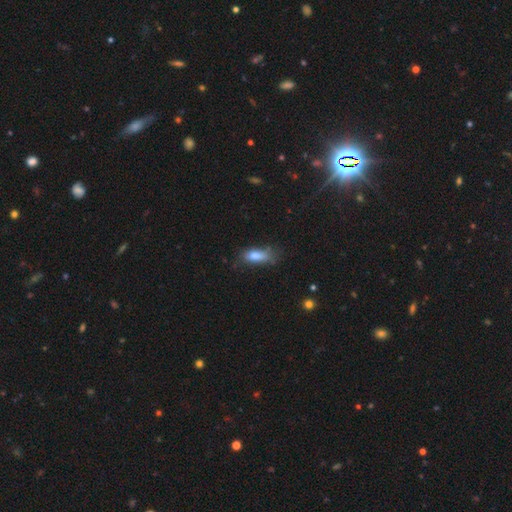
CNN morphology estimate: type=smooth (79%); roundness=in between (71%); merging=none (51%).